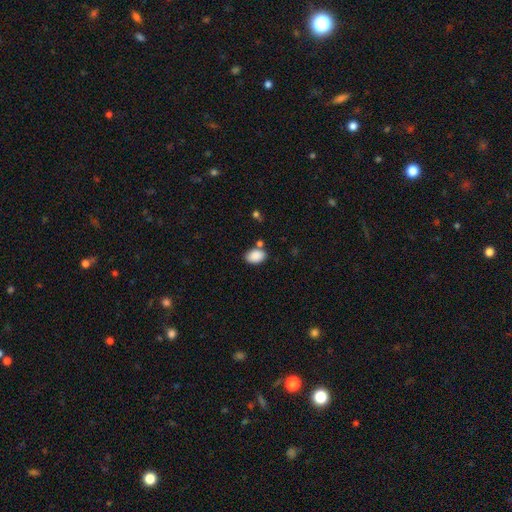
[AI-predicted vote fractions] A smooth galaxy with no disk features (88%) that is in between round and cigar-shaped (84%).

Vote fractions:
- Smooth or featured? smooth: 88% / star or artifact: 8% / featured or disk: 4%
- How rounded? in between: 84% / round: 15% / cigar-shaped: 1%
- Merging? none: 72% / minor disturbance: 14% / merger: 10% / major disturbance: 4%